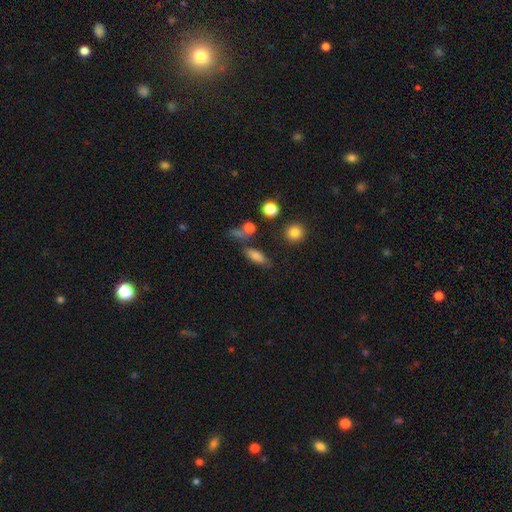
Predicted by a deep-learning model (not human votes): smooth_or_featured: smooth (p=0.78) [alt: featured or disk p=0.11]
how_rounded: in between (p=0.72) [alt: cigar-shaped p=0.21]
merging: none (p=0.63) [alt: minor disturbance p=0.17]